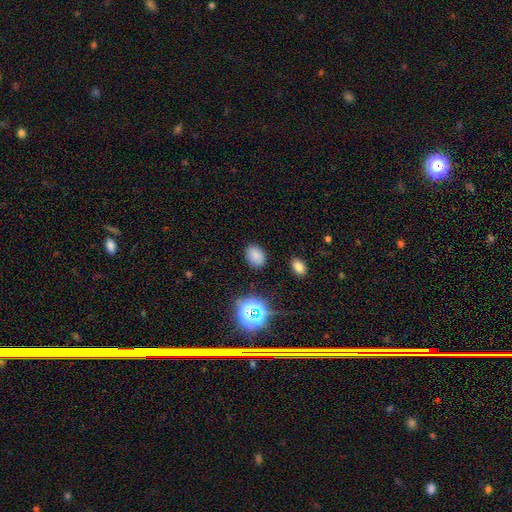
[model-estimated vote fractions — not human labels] Q: Smooth or featured?
A: smooth (77%); runner-up: star or artifact (18%)
Q: How rounded?
A: in between (67%); runner-up: round (32%)
Q: Merging?
A: none (84%); runner-up: minor disturbance (10%)